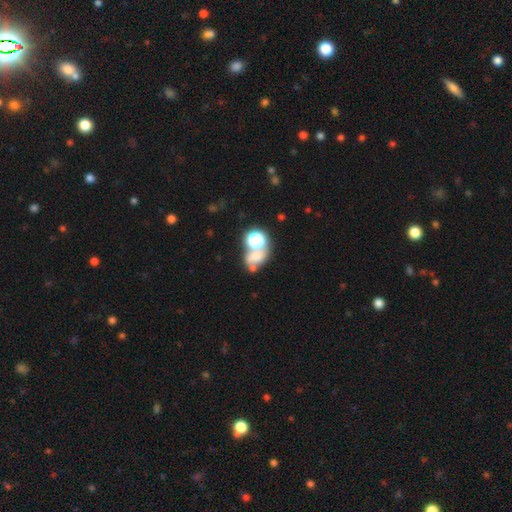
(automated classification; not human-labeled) Smooth or featured? Predicted: smooth (p=0.50). Merging? Predicted: merger (p=0.47).